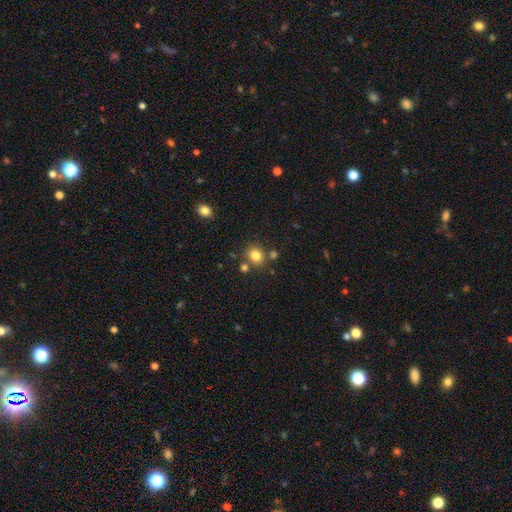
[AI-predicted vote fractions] Overall: smooth (81%). How rounded: round (72%). Merging: none (73%).